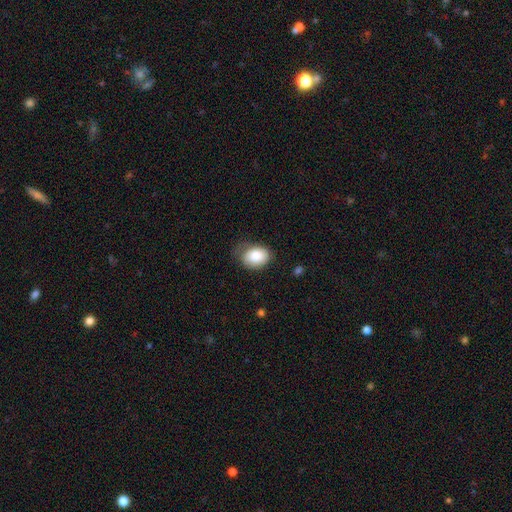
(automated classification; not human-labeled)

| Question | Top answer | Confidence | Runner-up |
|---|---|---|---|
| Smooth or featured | smooth | 81% | featured or disk (12%) |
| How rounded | in between | 65% | round (34%) |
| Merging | none | 61% | minor disturbance (29%) |